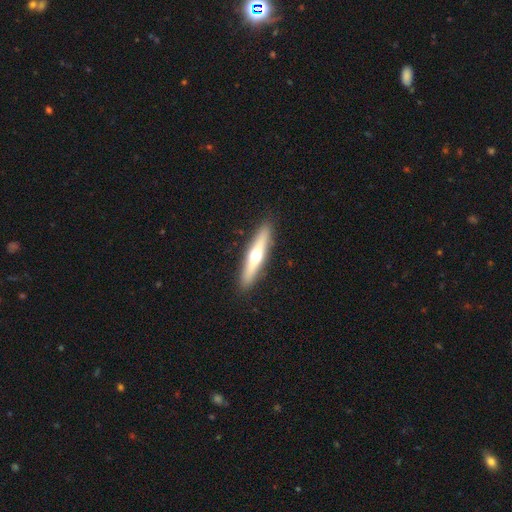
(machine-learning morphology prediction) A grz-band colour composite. It shows a featured or disk galaxy (54%) viewed edge-on (93%) with a rounded central bulge (93%). Merging: none (91%).